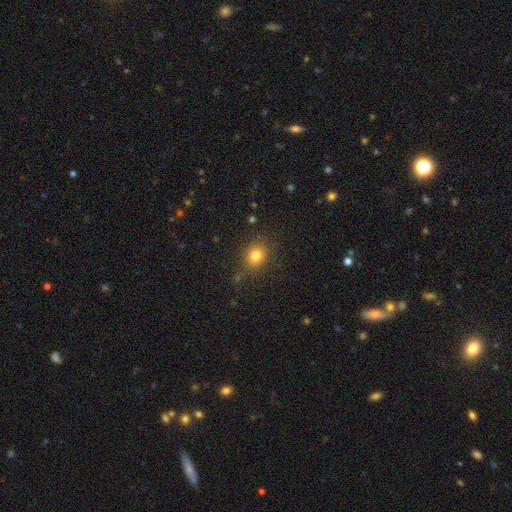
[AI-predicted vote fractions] Smooth or featured? smooth (80%)
How rounded? round (62%)
Merging? none (81%)